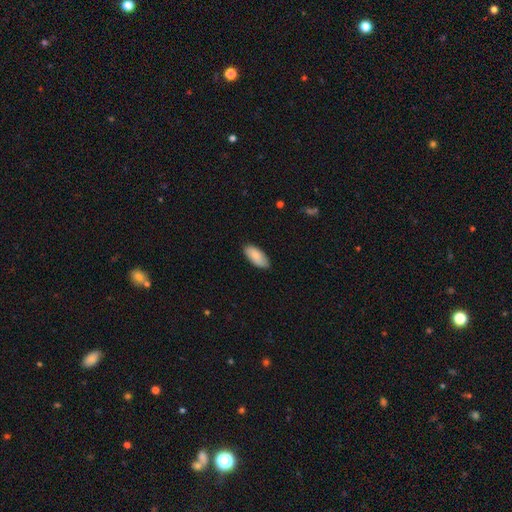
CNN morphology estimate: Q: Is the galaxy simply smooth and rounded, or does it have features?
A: smooth — 86%.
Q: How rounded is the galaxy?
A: in between — 90%.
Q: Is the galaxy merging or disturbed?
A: none — 85%.